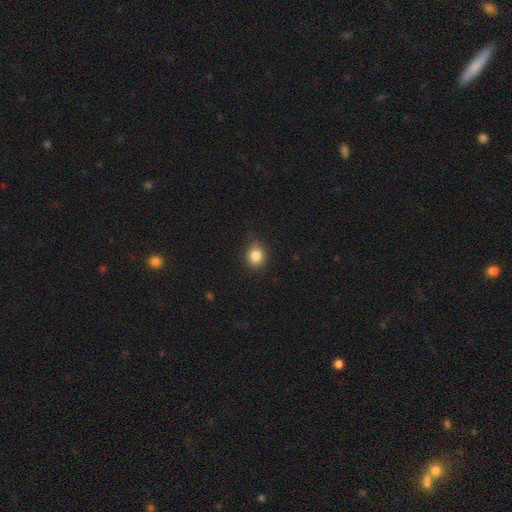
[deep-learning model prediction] Smooth or featured? Predicted: smooth (p=0.84). How rounded? Predicted: round (p=0.70). Merging? Predicted: none (p=0.77).